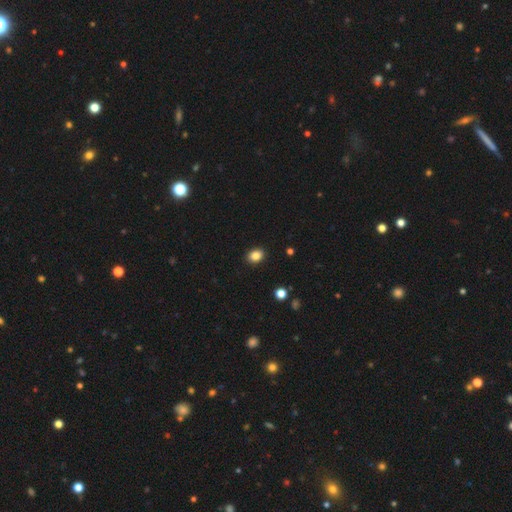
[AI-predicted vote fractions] smooth-or-featured: smooth: 85% | star or artifact: 10% | featured or disk: 5%
  how-rounded: in between: 62% | round: 37% | cigar-shaped: 1%
  merging: none: 90% | minor disturbance: 7% | major disturbance: 2% | merger: 1%